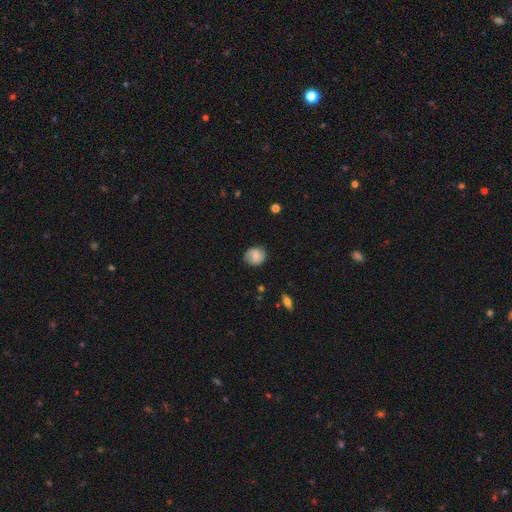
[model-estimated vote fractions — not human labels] This is possibly a smooth galaxy (54%). How rounded: likely round (70%). Merging: likely none (79%).